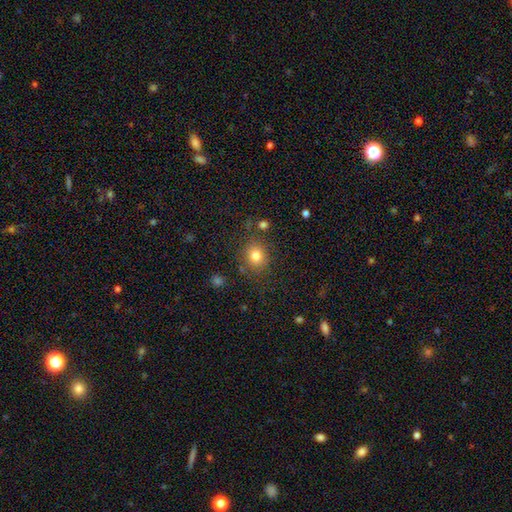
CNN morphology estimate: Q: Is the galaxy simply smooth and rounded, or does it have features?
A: smooth — 81%.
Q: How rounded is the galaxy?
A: round — 74%.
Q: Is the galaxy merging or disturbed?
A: none — 78%.